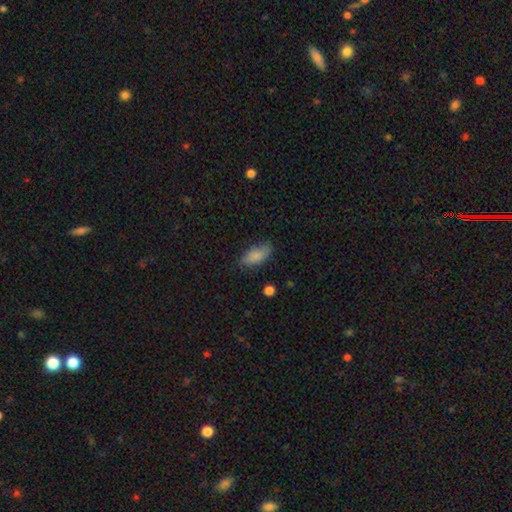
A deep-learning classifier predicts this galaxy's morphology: Smooth or featured? Predicted: smooth (p=0.83). How rounded? Predicted: in between (p=0.88). Merging? Predicted: none (p=0.75).